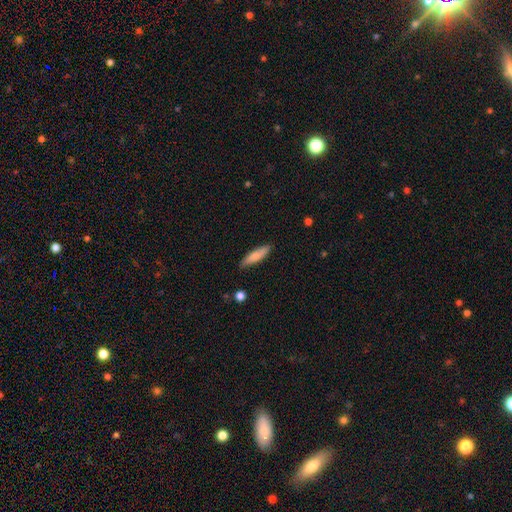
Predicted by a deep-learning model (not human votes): Smooth or featured?
  - smooth: 76% *
  - featured or disk: 18%
  - star or artifact: 6%
How rounded?
  - cigar-shaped: 77% *
  - in between: 22%
  - round: 2%
Merging?
  - none: 84% *
  - minor disturbance: 12%
  - major disturbance: 2%
  - merger: 1%